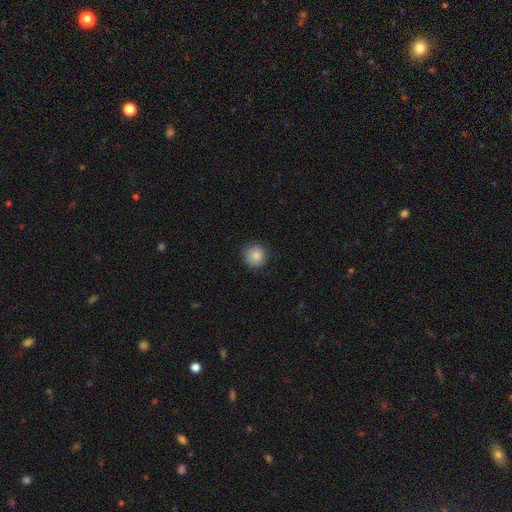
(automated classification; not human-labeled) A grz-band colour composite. It shows a smooth galaxy with no disk features (86%) that is round (94%). Merging: none (87%).